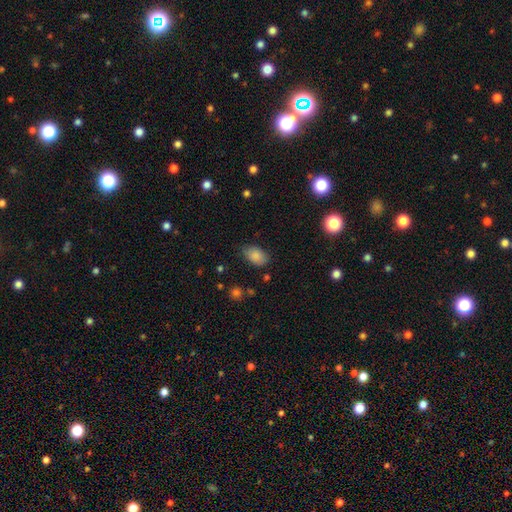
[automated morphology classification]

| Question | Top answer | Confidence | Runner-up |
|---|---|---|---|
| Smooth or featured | smooth | 86% | star or artifact (8%) |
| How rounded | in between | 90% | round (9%) |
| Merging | none | 78% | minor disturbance (17%) |